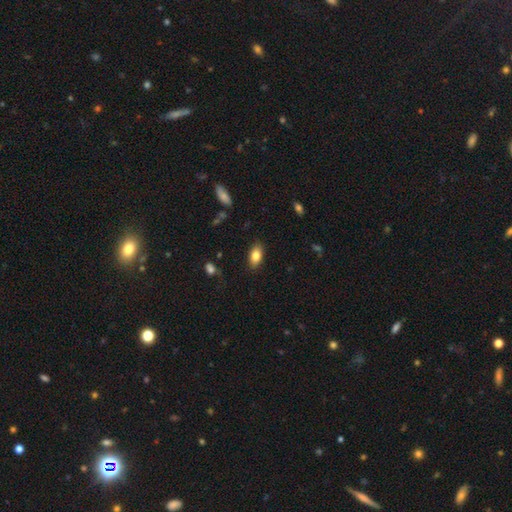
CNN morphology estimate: A smooth galaxy with no disk features (83%) that is in between round and cigar-shaped (91%).

Vote fractions:
- Smooth or featured? smooth: 83% / featured or disk: 10% / star or artifact: 7%
- How rounded? in between: 91% / round: 5% / cigar-shaped: 4%
- Merging? none: 86% / minor disturbance: 11% / major disturbance: 2% / merger: 1%